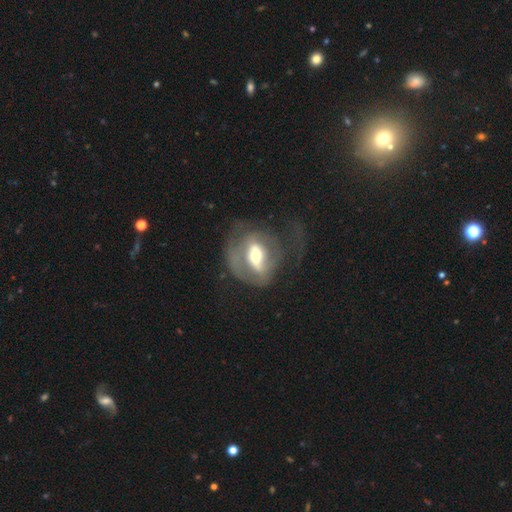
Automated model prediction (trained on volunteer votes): featured or disk 66%, smooth 26%, star or artifact 7%. Down the decision tree: edge-on disk — no (91%); bar — strong (42%); spiral arms — yes (59%); bulge size — moderate (58%); merging — major disturbance (44%).